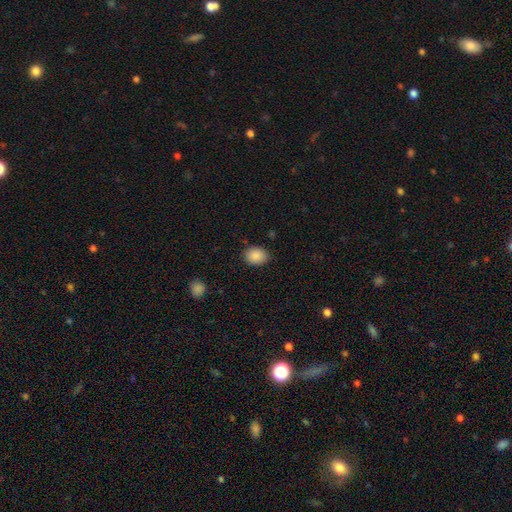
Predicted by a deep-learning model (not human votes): This appears to be a smooth galaxy with no disk features (88%) that is in between round and cigar-shaped (54%). Merging: none (84%).